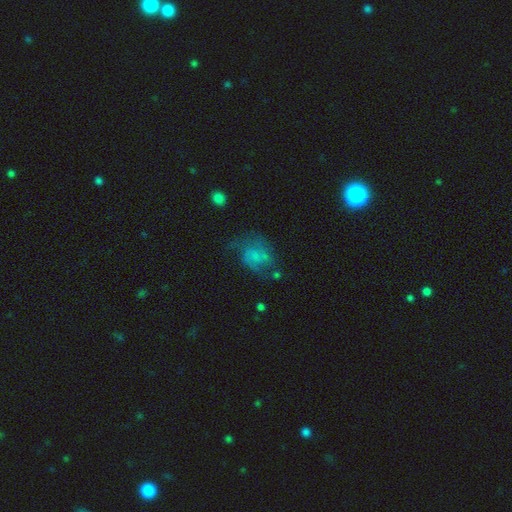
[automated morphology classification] Q: Smooth or featured?
A: featured or disk (51%); runner-up: smooth (37%)
Q: Edge-on disk?
A: no (98%); runner-up: yes (2%)
Q: Merging?
A: none (45%); runner-up: major disturbance (27%)